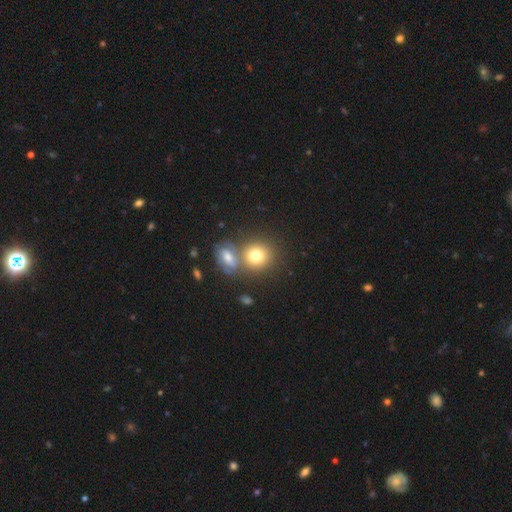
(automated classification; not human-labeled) smooth_or_featured: smooth (p=0.74) [alt: featured or disk p=0.16]
how_rounded: round (p=0.79) [alt: in between p=0.20]
merging: none (p=0.52) [alt: merger p=0.34]